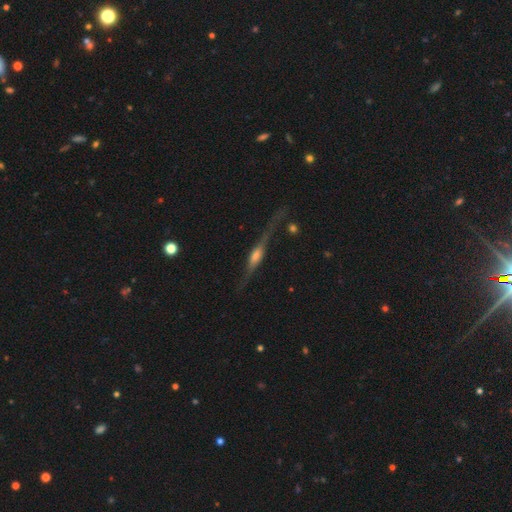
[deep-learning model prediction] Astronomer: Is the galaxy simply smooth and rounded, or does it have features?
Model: featured or disk — 75%.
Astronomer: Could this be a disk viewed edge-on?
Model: yes — 93%.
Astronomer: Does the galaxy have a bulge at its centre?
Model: rounded — 71%.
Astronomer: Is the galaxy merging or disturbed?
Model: none — 67%.